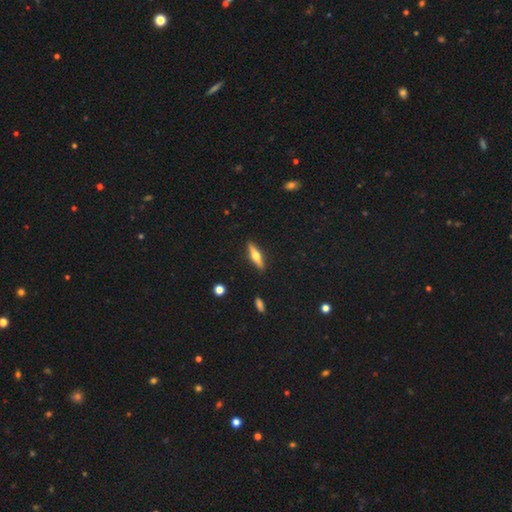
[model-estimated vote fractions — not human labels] This is possibly a featured or disk galaxy (55%). It is clearly viewed edge-on (93%). Edge-on bulge: clearly rounded (94%). Merging: clearly none (89%).